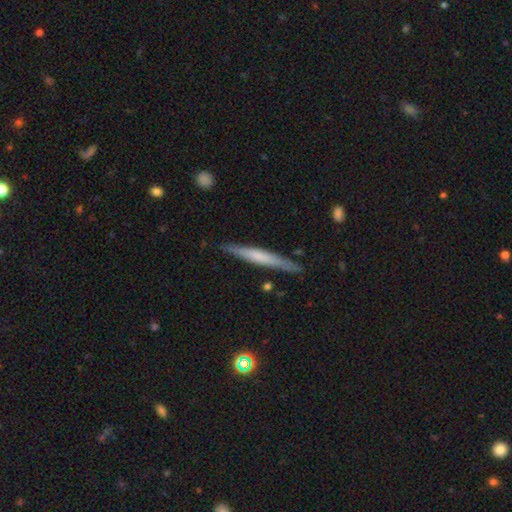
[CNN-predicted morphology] Smooth or featured: featured or disk — 53% (smooth — 41%)
Edge-on disk: yes — 96% (no — 4%)
Edge-on bulge: none — 58% (rounded — 27%)
Merging: none — 88% (minor disturbance — 9%)